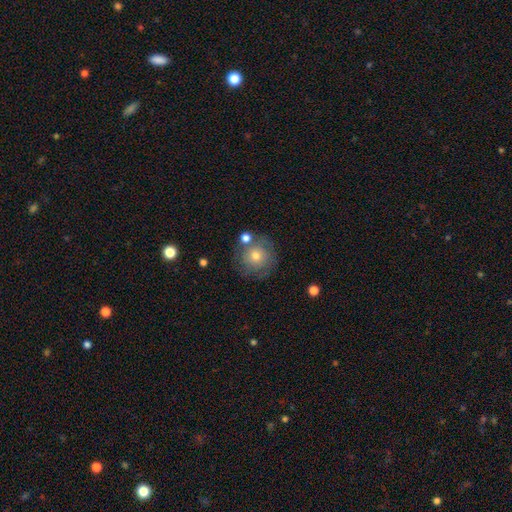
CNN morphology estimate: Smooth or featured? Predicted: smooth (p=0.60). How rounded? Predicted: round (p=0.93). Merging? Predicted: none (p=0.71).